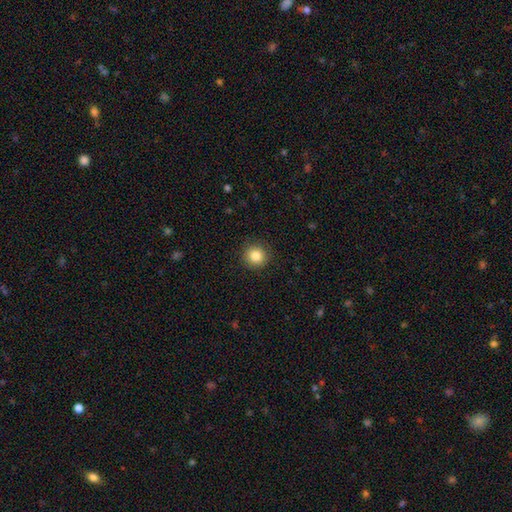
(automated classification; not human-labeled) smooth_or_featured: smooth (p=0.85) [alt: star or artifact p=0.10]
how_rounded: round (p=0.94) [alt: in between p=0.05]
merging: none (p=0.91) [alt: minor disturbance p=0.06]